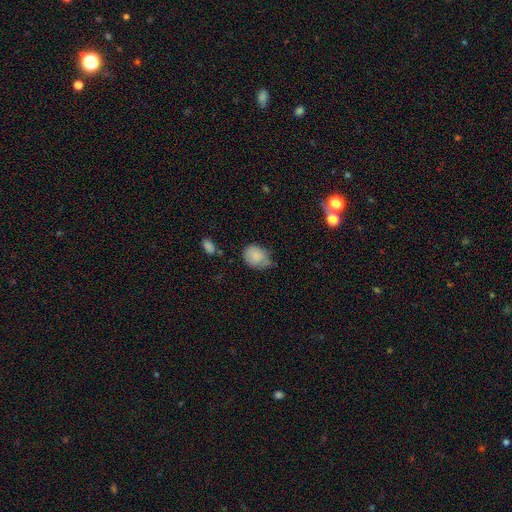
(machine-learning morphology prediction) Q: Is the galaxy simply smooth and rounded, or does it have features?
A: smooth — 83%.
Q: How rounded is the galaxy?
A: round — 50%.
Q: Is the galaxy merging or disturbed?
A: none — 49%.